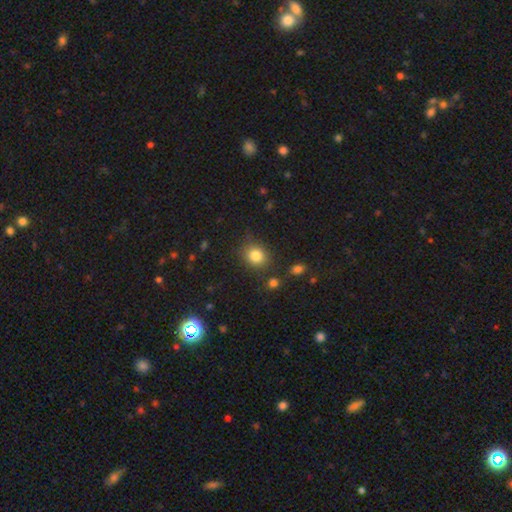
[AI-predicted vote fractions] This appears to be a smooth galaxy with no disk features (83%) that is round (68%). Merging: none (80%).